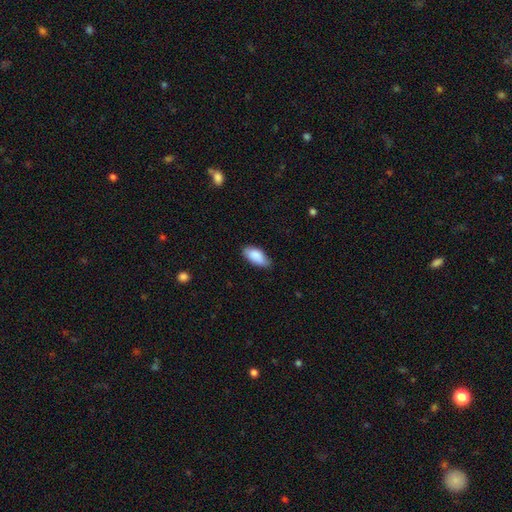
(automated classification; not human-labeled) Smooth or featured: smooth — 87% (featured or disk — 7%)
How rounded: in between — 91% (cigar-shaped — 7%)
Merging: none — 77% (minor disturbance — 19%)